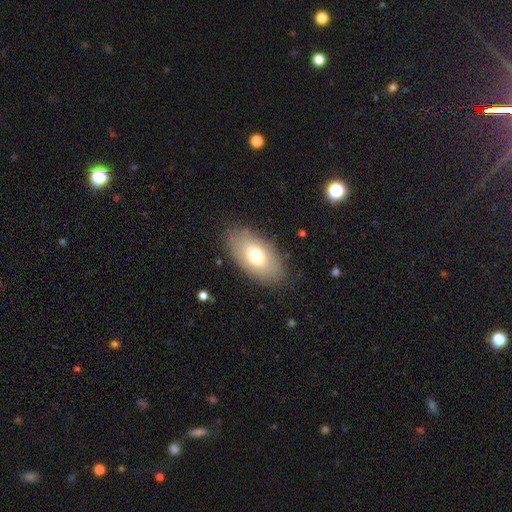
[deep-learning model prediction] smooth_or_featured: smooth (p=0.69) [alt: featured or disk p=0.22]
how_rounded: in between (p=0.92) [alt: round p=0.06]
merging: none (p=0.83) [alt: minor disturbance p=0.12]